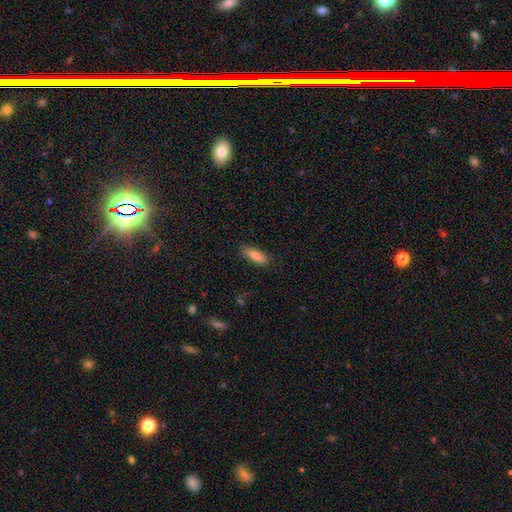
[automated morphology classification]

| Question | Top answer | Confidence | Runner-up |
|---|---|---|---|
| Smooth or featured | smooth | 84% | featured or disk (9%) |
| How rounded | in between | 56% | cigar-shaped (43%) |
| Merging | none | 86% | minor disturbance (11%) |